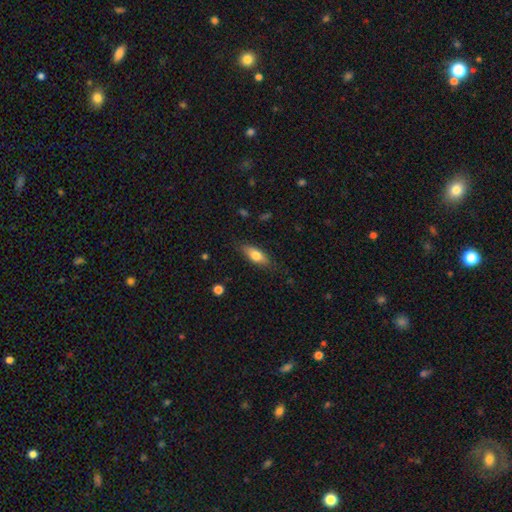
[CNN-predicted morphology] This appears to be a smooth galaxy with no disk features (71%) that is in between round and cigar-shaped (69%). Merging: none (83%).